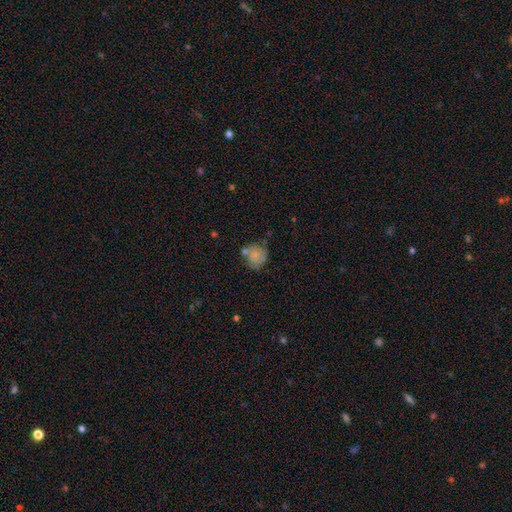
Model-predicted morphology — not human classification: smooth_or_featured: smooth (p=0.67) [alt: featured or disk p=0.23]
how_rounded: round (p=0.82) [alt: in between p=0.17]
merging: none (p=0.53) [alt: minor disturbance p=0.23]